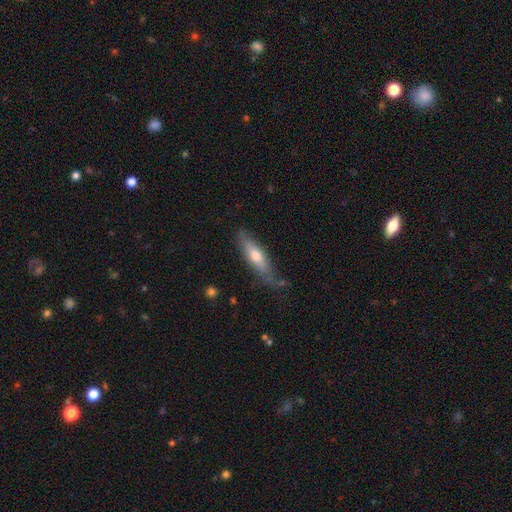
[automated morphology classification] A smooth galaxy with no disk features (55%) that is cigar-shaped (66%). Merging: none (68%).